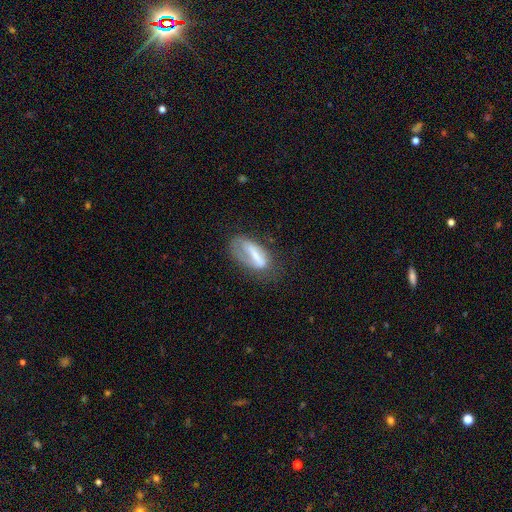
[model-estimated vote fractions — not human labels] This appears to be a smooth galaxy with no disk features (49%). Merging: none (42%).